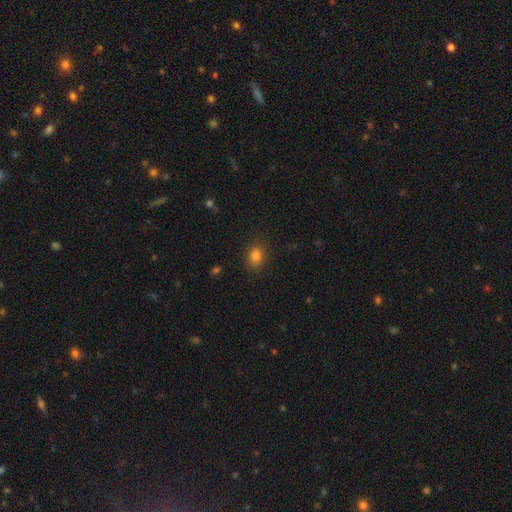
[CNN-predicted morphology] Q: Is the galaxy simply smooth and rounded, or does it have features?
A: smooth — 82%.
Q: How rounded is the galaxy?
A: in between — 59%.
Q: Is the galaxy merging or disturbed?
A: none — 85%.